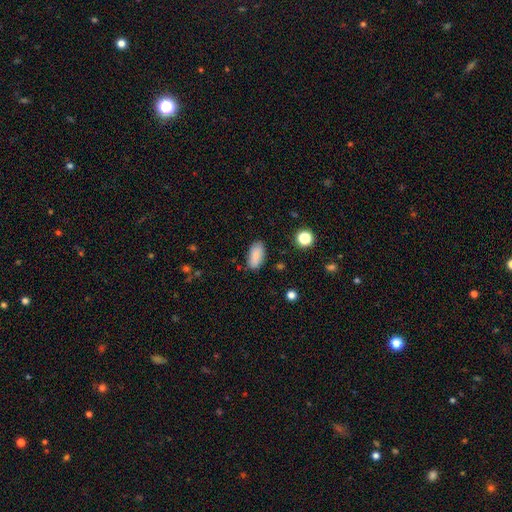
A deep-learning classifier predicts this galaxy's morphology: A smooth galaxy with no disk features (88%) that is in between round and cigar-shaped (91%).

Vote fractions:
- Smooth or featured? smooth: 88% / star or artifact: 8% / featured or disk: 5%
- How rounded? in between: 91% / cigar-shaped: 6% / round: 3%
- Merging? none: 84% / minor disturbance: 11% / major disturbance: 3% / merger: 2%